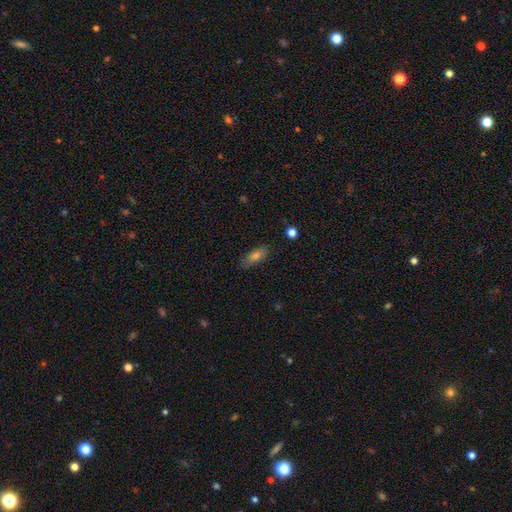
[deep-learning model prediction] Morphology: type=smooth (69%); roundness=in between (69%); merging=none (83%).